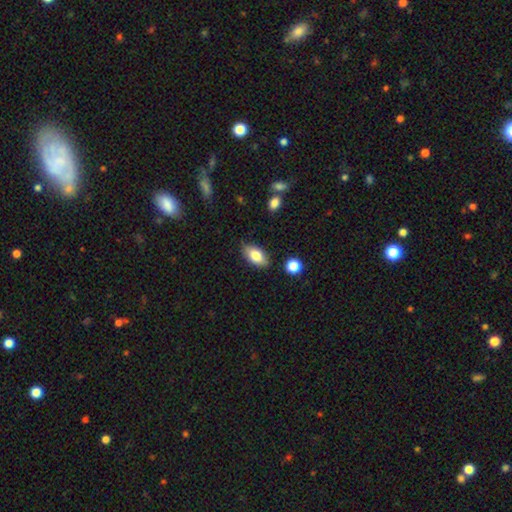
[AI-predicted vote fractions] Overall: smooth (80%). How rounded: in between (91%). Merging: none (82%).